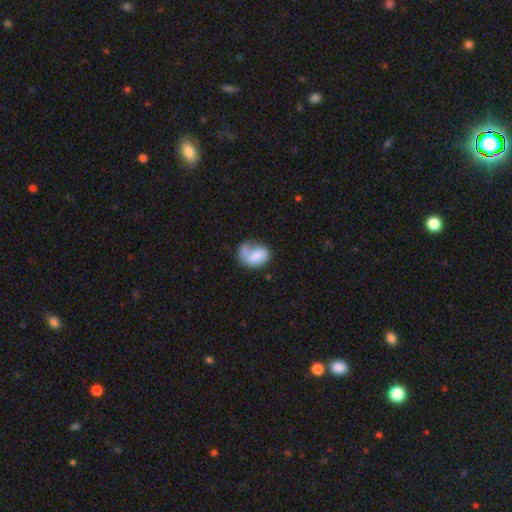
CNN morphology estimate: Overall: smooth (60%; featured or disk 33%). How rounded: in between (63%; round 36%). Merging: none (35%; minor disturbance 25%).